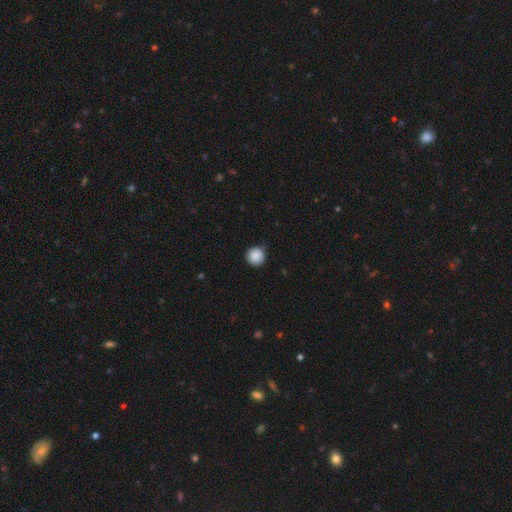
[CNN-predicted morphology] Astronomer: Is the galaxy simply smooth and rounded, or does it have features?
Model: smooth — 89%.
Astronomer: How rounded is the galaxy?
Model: round — 95%.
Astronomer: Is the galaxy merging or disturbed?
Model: none — 83%.